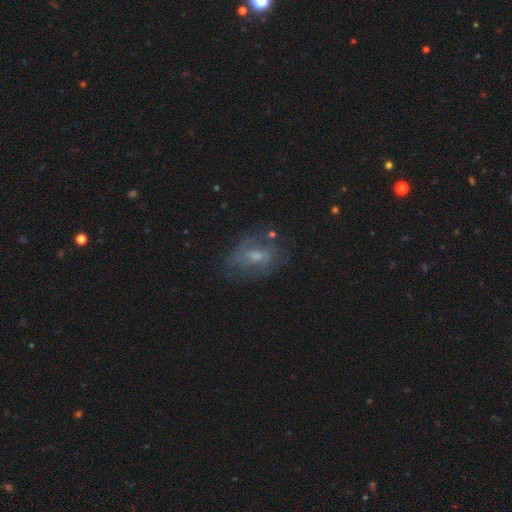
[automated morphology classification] Smooth or featured?
  - featured or disk: 58% *
  - smooth: 30%
  - star or artifact: 11%
Edge-on disk?
  - no: 94% *
  - yes: 6%
Bar?
  - weak: 47% *
  - no: 40%
  - strong: 13%
Spiral arms?
  - yes: 63% *
  - no: 37%
Bulge size?
  - moderate: 43% *
  - small: 42%
  - none: 9%
  - large: 4%
  - dominant: 1%
Merging?
  - none: 61% *
  - minor disturbance: 22%
  - major disturbance: 14%
  - merger: 3%